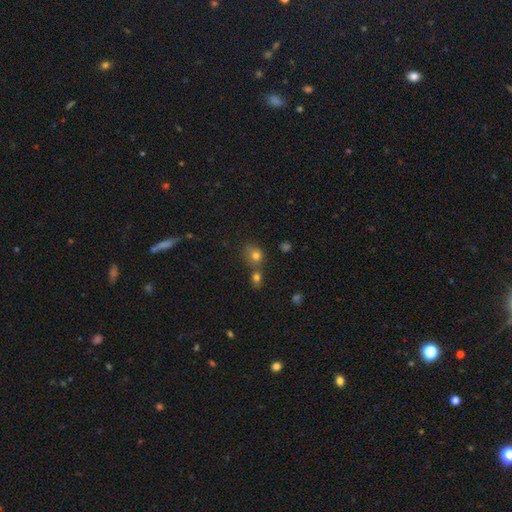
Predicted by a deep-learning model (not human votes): The model was most divided on "merging": none: 46%, merger: 38%, minor disturbance: 11%, major disturbance: 5%. More confident: smooth or featured — smooth (75%); how rounded — round (71%).